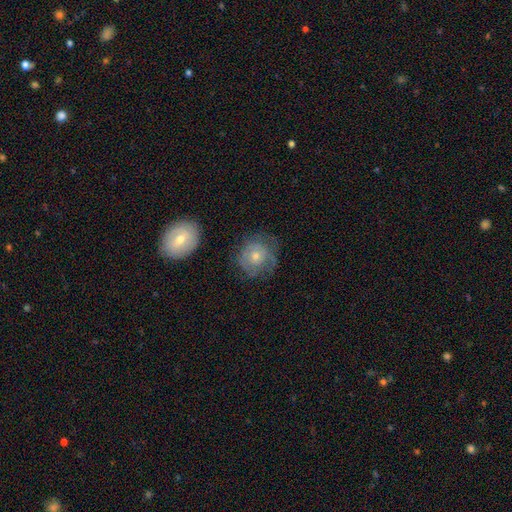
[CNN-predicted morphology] This is possibly a featured or disk galaxy (55%). It is clearly not viewed edge-on (97%). Bar: clearly no (82%). Spiral arm pattern: likely yes (74%). Central bulge: possibly moderate (49%). Merging: likely none (67%).